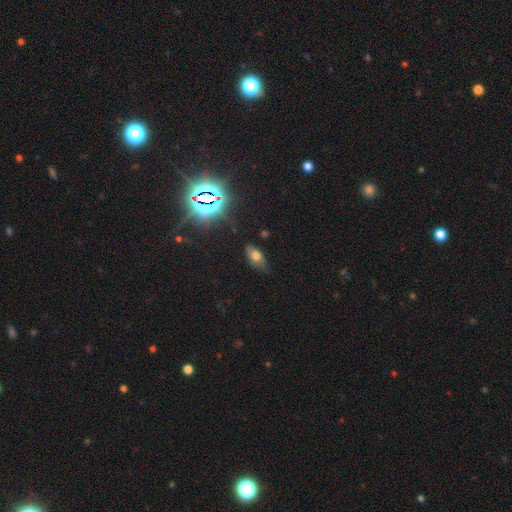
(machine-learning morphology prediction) A smooth galaxy with no disk features (62%) that is in between round and cigar-shaped (85%).

Vote fractions:
- Smooth or featured? smooth: 62% / star or artifact: 19% / featured or disk: 19%
- How rounded? in between: 85% / cigar-shaped: 8% / round: 7%
- Merging? none: 71% / minor disturbance: 22% / major disturbance: 5% / merger: 2%